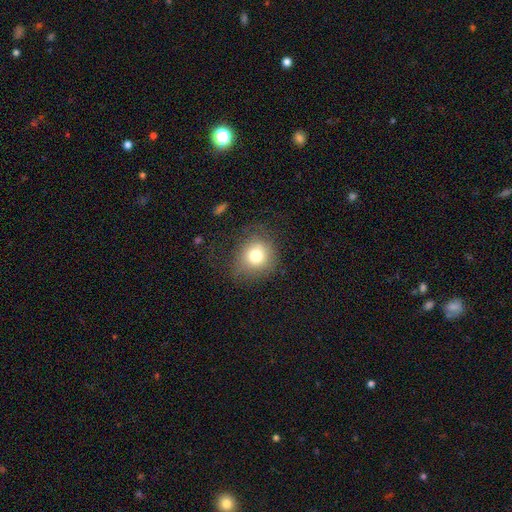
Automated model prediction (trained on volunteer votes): smooth 76%, featured or disk 12%, star or artifact 12%. Down the decision tree: how rounded — round (83%); merging — none (69%).